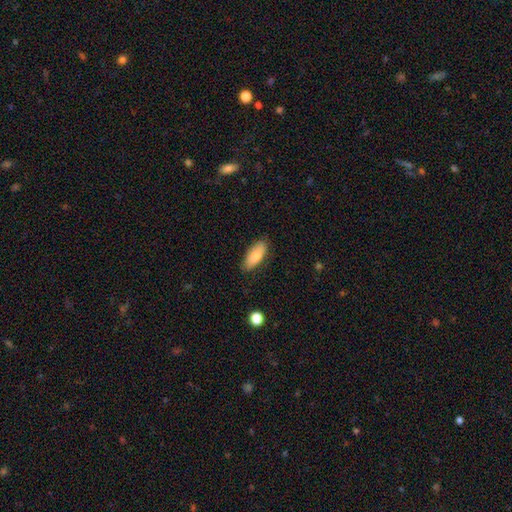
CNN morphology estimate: Overall: smooth (78%). How rounded: in between (77%). Merging: none (83%).